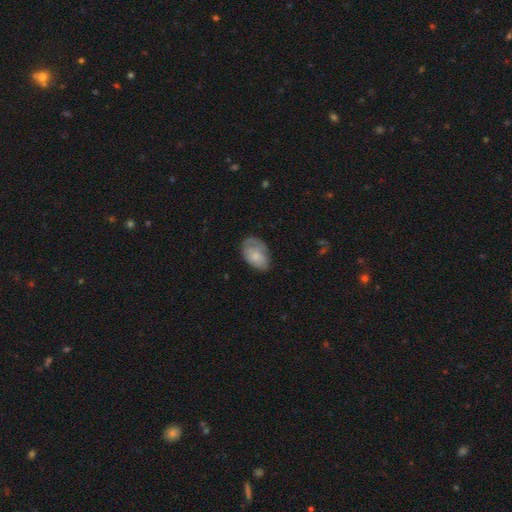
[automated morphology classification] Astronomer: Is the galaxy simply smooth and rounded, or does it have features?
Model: smooth — 68%.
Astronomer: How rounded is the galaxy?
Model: in between — 89%.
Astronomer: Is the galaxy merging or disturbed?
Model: none — 57%.